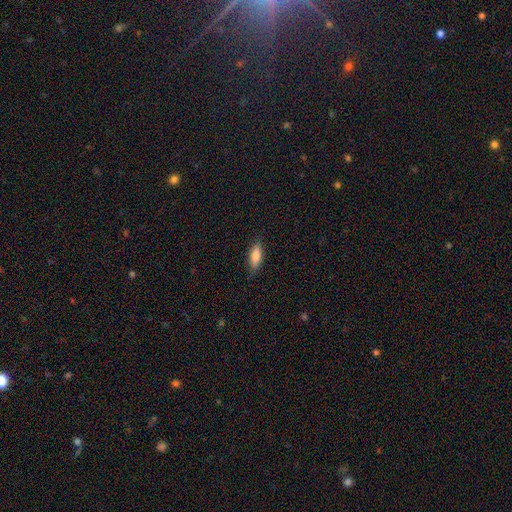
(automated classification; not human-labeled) The model was most divided on "how rounded": in between: 70%, cigar-shaped: 28%, round: 2%. More confident: smooth or featured — smooth (83%); merging — none (83%).